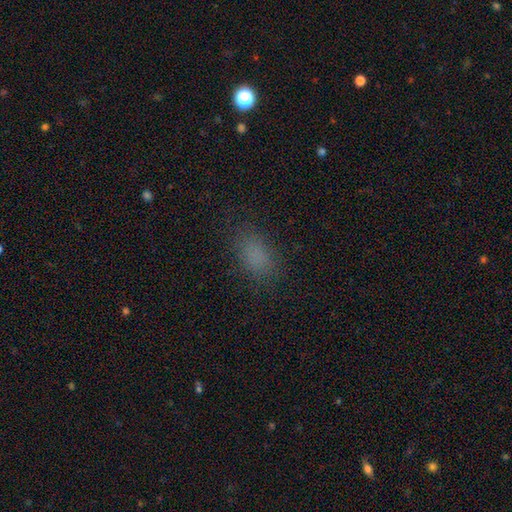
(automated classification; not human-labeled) smooth-or-featured: smooth: 79% | star or artifact: 15% | featured or disk: 5%
  how-rounded: in between: 83% | round: 14% | cigar-shaped: 3%
  merging: none: 81% | minor disturbance: 13% | major disturbance: 5% | merger: 1%